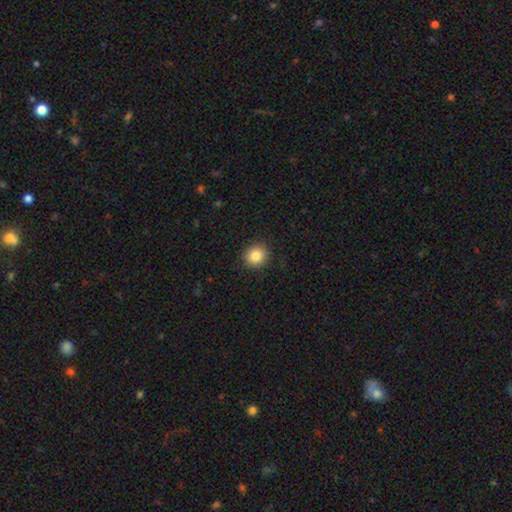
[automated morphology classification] A smooth galaxy with no disk features (84%) that is round (85%).

Vote fractions:
- Smooth or featured? smooth: 84% / star or artifact: 10% / featured or disk: 6%
- How rounded? round: 85% / in between: 14% / cigar-shaped: 1%
- Merging? none: 91% / minor disturbance: 6% / major disturbance: 2% / merger: 1%